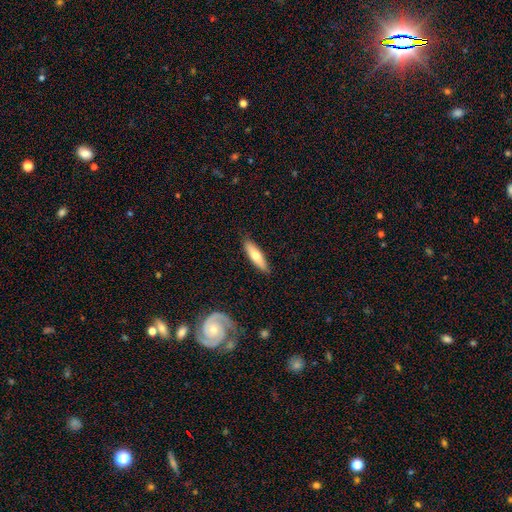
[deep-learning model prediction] Smooth or featured: smooth — 67% (featured or disk — 27%)
How rounded: cigar-shaped — 67% (in between — 32%)
Merging: none — 87% (minor disturbance — 10%)